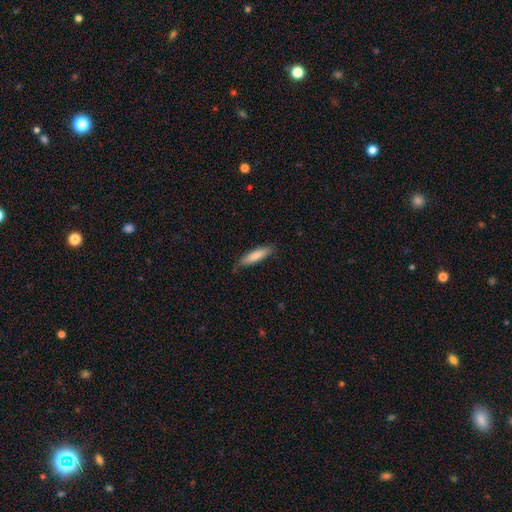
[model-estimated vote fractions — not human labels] smooth 79%, featured or disk 15%, star or artifact 5%. Down the decision tree: how rounded — cigar-shaped (77%); merging — none (76%).